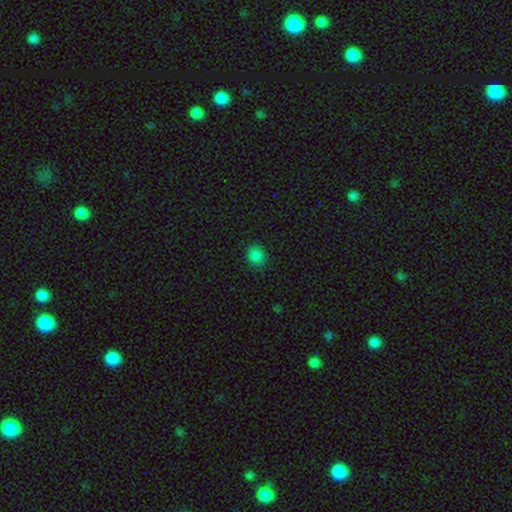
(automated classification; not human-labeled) Q: Smooth or featured?
A: smooth (84%); runner-up: star or artifact (13%)
Q: How rounded?
A: round (72%); runner-up: in between (27%)
Q: Merging?
A: none (87%); runner-up: minor disturbance (9%)